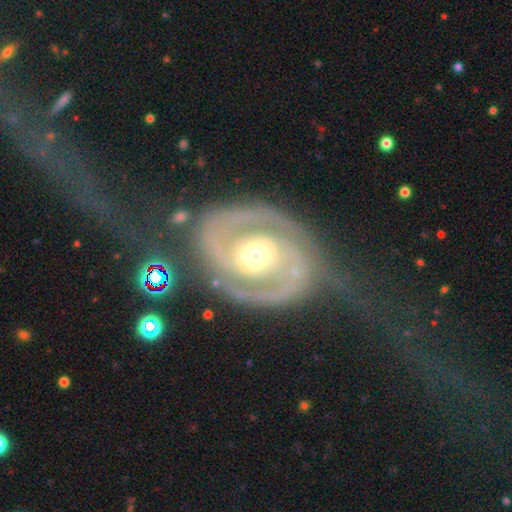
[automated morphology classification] Smooth or featured? featured or disk (90%)
Edge-on disk? no (97%)
Bar? no (45%)
Spiral arms? yes (94%)
Spiral winding? tight (55%)
Spiral arm count? 2 (86%)
Bulge size? moderate (67%)
Merging? none (72%)